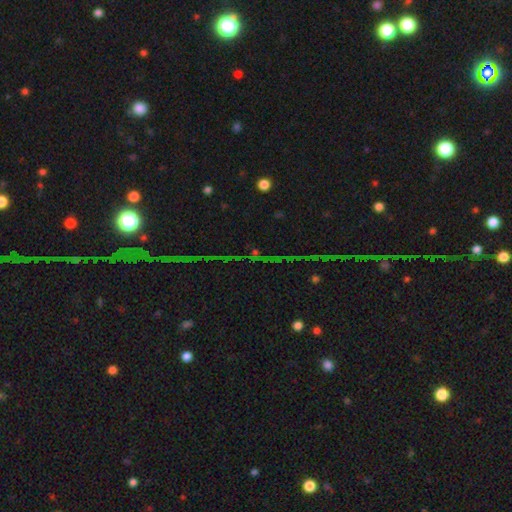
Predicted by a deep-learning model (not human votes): This appears to be a star or artifact, not a galaxy (71%).